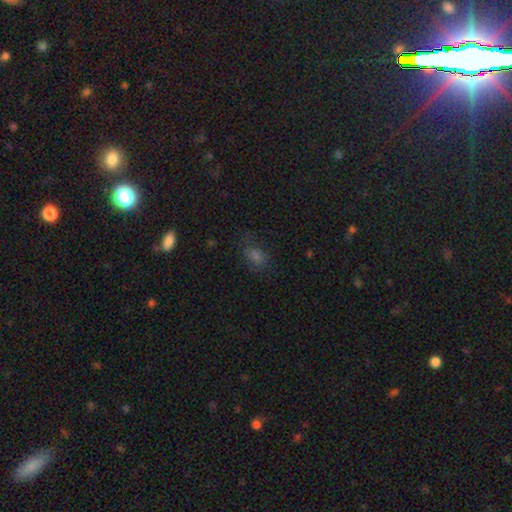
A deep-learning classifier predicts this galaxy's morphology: Smooth or featured? smooth (59%)
How rounded? in between (78%)
Merging? none (66%)